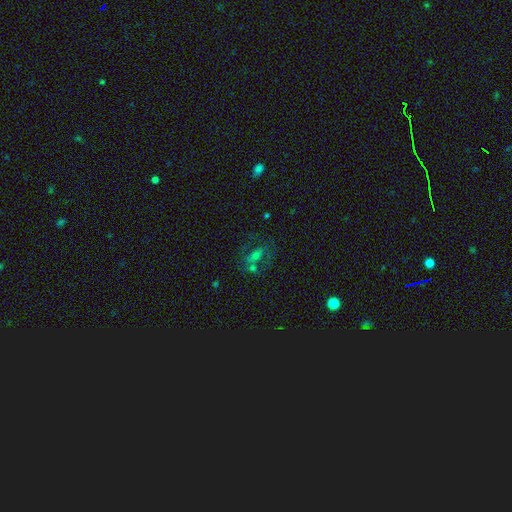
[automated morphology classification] Smooth or featured? featured or disk (40%)
Merging? none (53%)